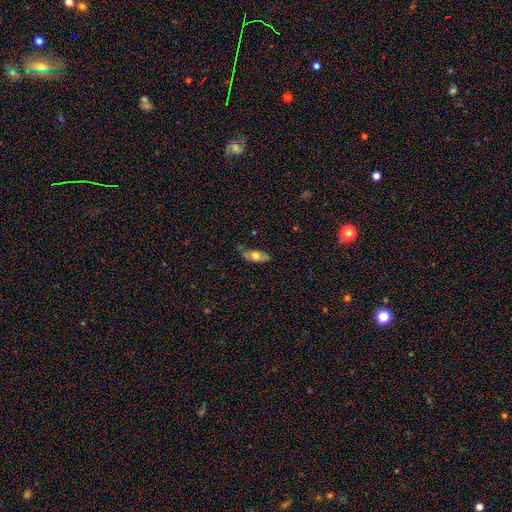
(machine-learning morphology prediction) A smooth galaxy with no disk features (57%) that is in between round and cigar-shaped (84%).

Vote fractions:
- Smooth or featured? smooth: 57% / featured or disk: 36% / star or artifact: 7%
- How rounded? in between: 84% / cigar-shaped: 12% / round: 4%
- Merging? none: 58% / minor disturbance: 31% / major disturbance: 8% / merger: 3%